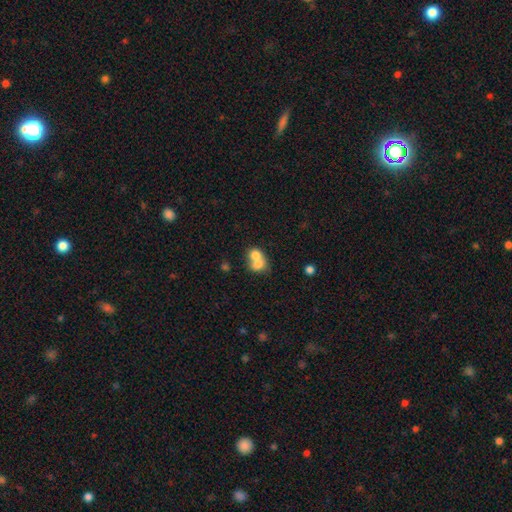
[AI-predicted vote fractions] Overall: smooth (72%). How rounded: round (55%; in between 44%). Merging: merger (71%).